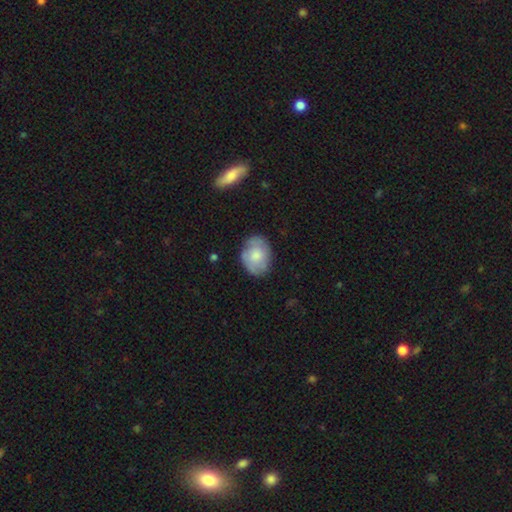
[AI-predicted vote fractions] Smooth or featured?
  - smooth: 63% *
  - featured or disk: 31%
  - star or artifact: 7%
How rounded?
  - in between: 66% *
  - round: 33%
  - cigar-shaped: 1%
Merging?
  - none: 75% *
  - minor disturbance: 19%
  - major disturbance: 5%
  - merger: 2%